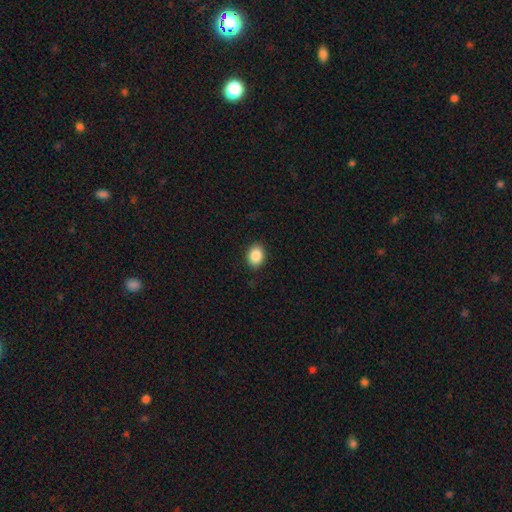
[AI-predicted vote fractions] Smooth or featured? smooth (88%)
How rounded? in between (65%)
Merging? none (89%)